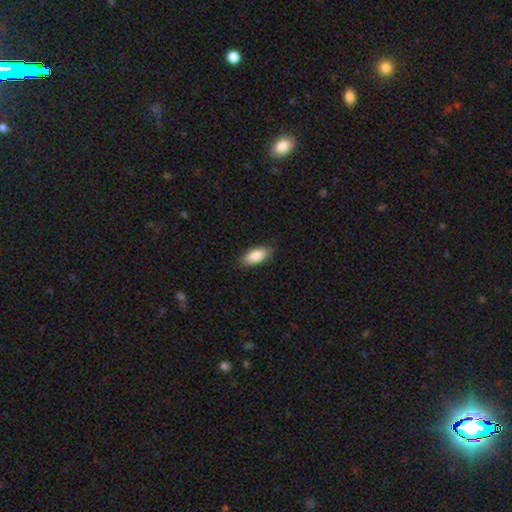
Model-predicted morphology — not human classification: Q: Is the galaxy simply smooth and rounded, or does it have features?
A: smooth — 87%.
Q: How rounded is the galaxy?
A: in between — 88%.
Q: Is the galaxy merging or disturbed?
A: none — 85%.